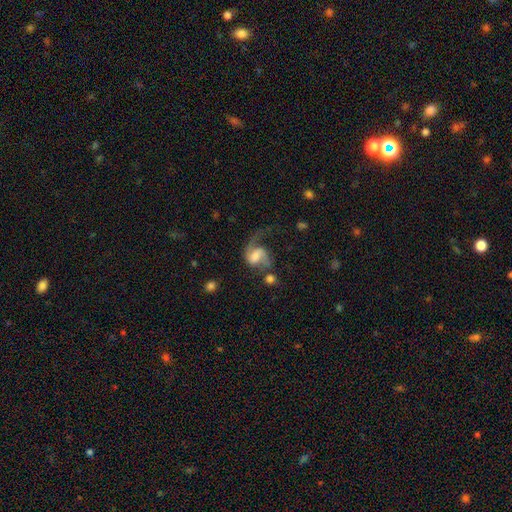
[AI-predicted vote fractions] Smooth or featured? featured or disk (69%)
Edge-on disk? no (98%)
Bar? weak (45%)
Spiral arms? yes (91%)
Spiral winding? loose (56%)
Spiral arm count? 2 (60%)
Bulge size? moderate (32%)
Merging? major disturbance (37%)